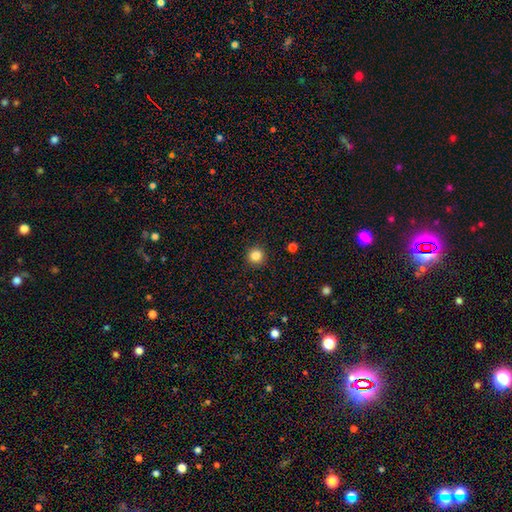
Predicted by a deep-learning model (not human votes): Smooth or featured? Predicted: smooth (p=0.84). How rounded? Predicted: round (p=0.96). Merging? Predicted: none (p=0.93).